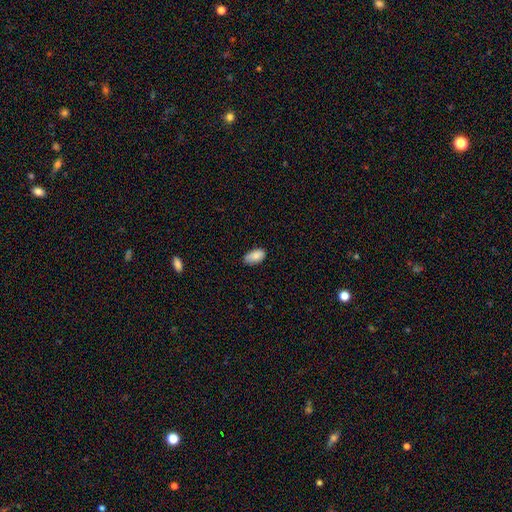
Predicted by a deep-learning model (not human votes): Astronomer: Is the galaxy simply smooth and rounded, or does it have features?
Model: smooth — 84%.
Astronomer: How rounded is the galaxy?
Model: in between — 94%.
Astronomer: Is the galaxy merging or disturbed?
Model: none — 73%.